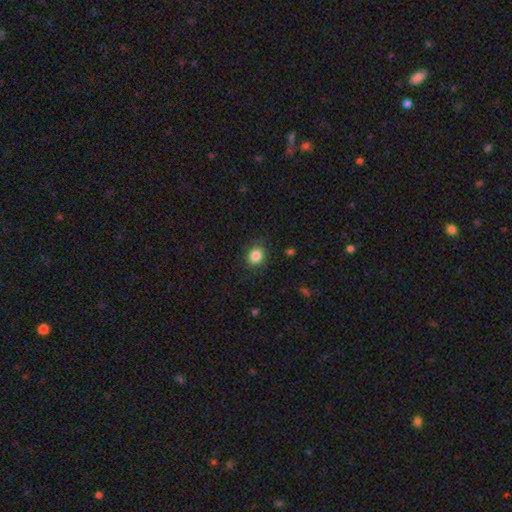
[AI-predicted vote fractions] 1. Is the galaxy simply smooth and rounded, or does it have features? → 85% smooth, 10% star or artifact, 5% featured or disk.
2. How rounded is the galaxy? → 54% round, 45% in between, 1% cigar-shaped.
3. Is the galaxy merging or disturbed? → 84% none, 12% minor disturbance, 3% major disturbance, 1% merger.